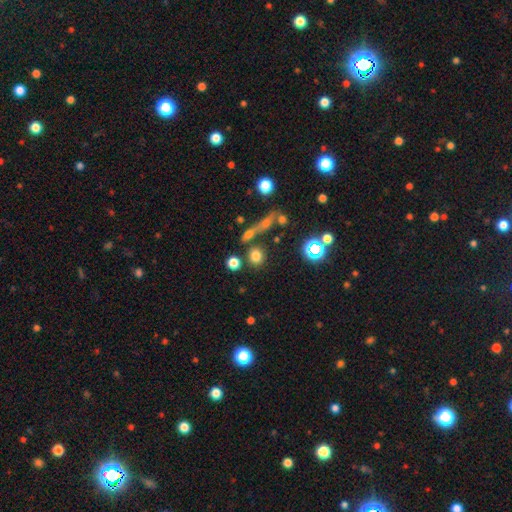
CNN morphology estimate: smooth 73%, star or artifact 18%, featured or disk 10%. Down the decision tree: how rounded — round (84%); merging — none (72%).